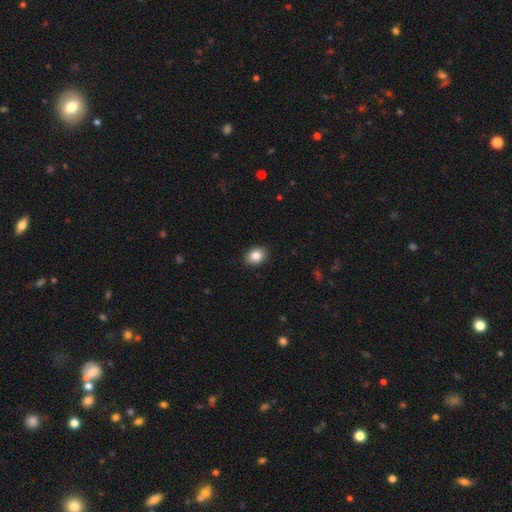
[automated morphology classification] Smooth or featured? smooth (85%)
How rounded? in between (56%)
Merging? none (91%)